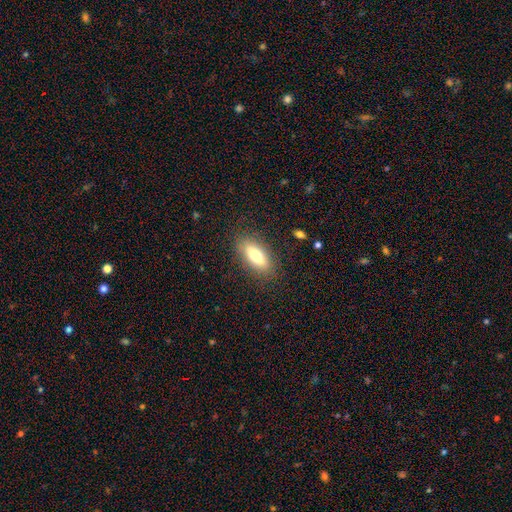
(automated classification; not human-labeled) Q: Smooth or featured?
A: smooth (73%); runner-up: featured or disk (20%)
Q: How rounded?
A: in between (73%); runner-up: cigar-shaped (24%)
Q: Merging?
A: none (85%); runner-up: minor disturbance (11%)